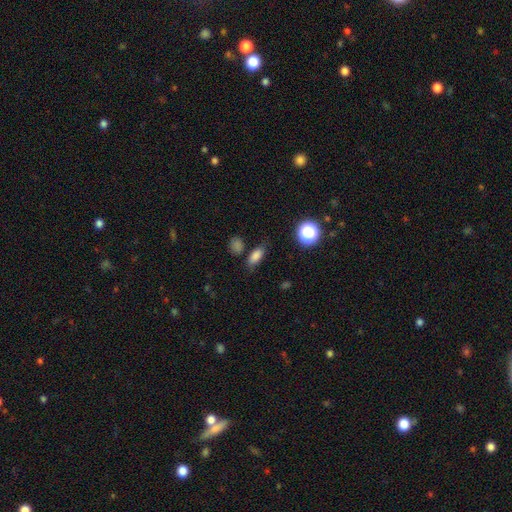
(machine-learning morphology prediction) smooth_or_featured: smooth (p=0.81) [alt: star or artifact p=0.12]
how_rounded: in between (p=0.78) [alt: cigar-shaped p=0.13]
merging: none (p=0.75) [alt: minor disturbance p=0.15]